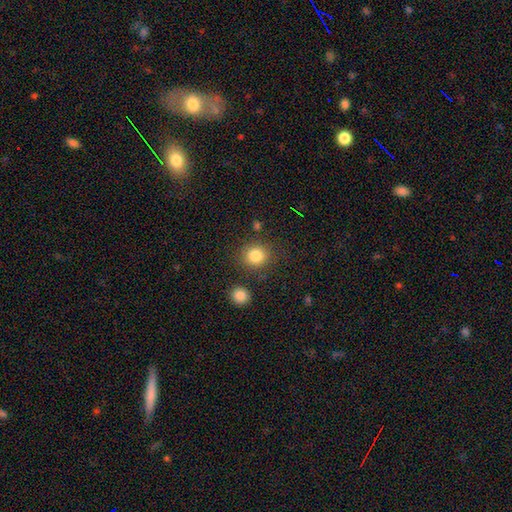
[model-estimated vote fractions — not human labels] Smooth or featured: smooth — 84% (star or artifact — 10%)
How rounded: round — 83% (in between — 16%)
Merging: none — 82% (minor disturbance — 9%)